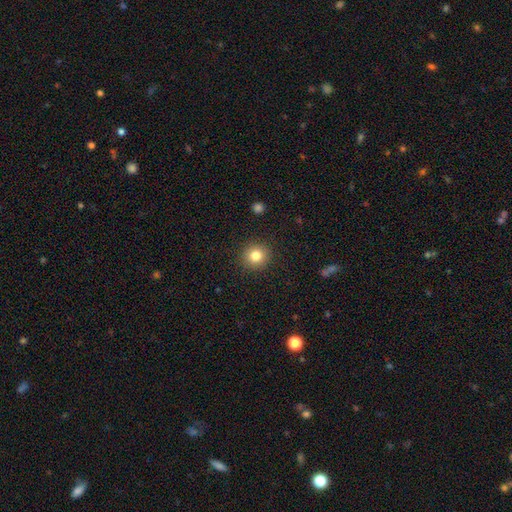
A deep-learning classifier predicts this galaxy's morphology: Smooth or featured?
  - smooth: 81% *
  - star or artifact: 11%
  - featured or disk: 7%
How rounded?
  - round: 92% *
  - in between: 7%
  - cigar-shaped: 1%
Merging?
  - none: 91% *
  - minor disturbance: 6%
  - major disturbance: 2%
  - merger: 1%